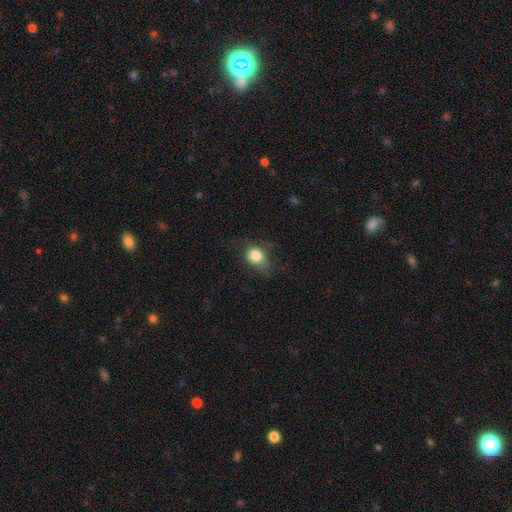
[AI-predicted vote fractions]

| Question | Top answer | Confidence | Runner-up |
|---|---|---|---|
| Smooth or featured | smooth | 79% | featured or disk (11%) |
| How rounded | round | 53% | in between (46%) |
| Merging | none | 52% | minor disturbance (29%) |